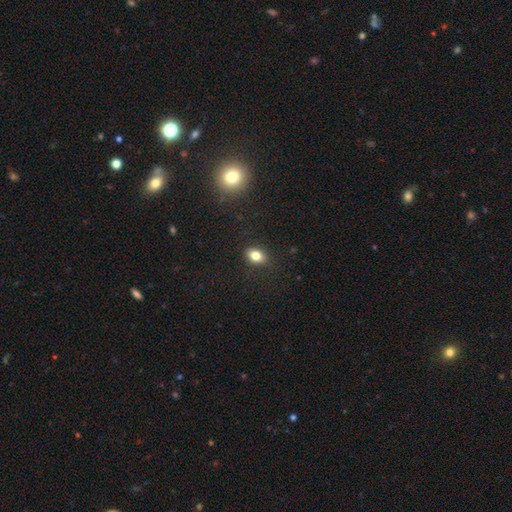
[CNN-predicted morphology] Smooth or featured? smooth (80%)
How rounded? in between (77%)
Merging? none (87%)